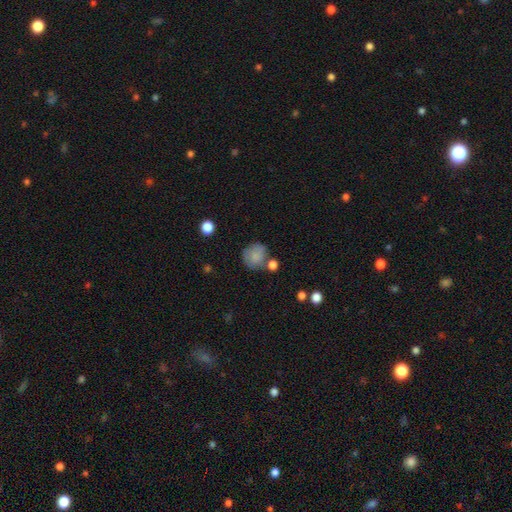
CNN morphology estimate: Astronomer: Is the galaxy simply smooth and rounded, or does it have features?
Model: smooth — 80%.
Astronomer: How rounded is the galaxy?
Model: round — 81%.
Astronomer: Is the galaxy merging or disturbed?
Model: none — 58%.